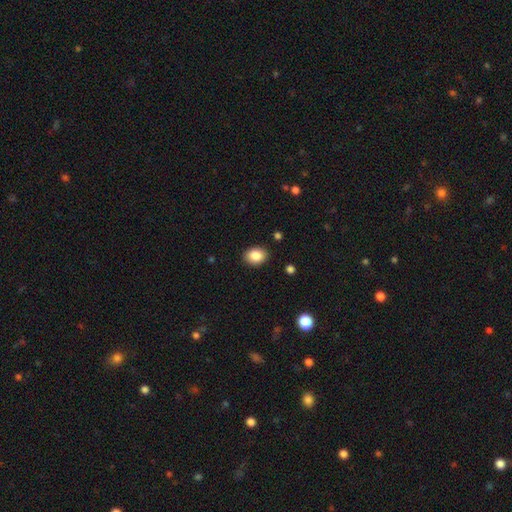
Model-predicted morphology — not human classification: The model was most divided on "how rounded": in between: 64%, round: 35%, cigar-shaped: 1%. More confident: merging — none (88%); smooth or featured — smooth (87%).